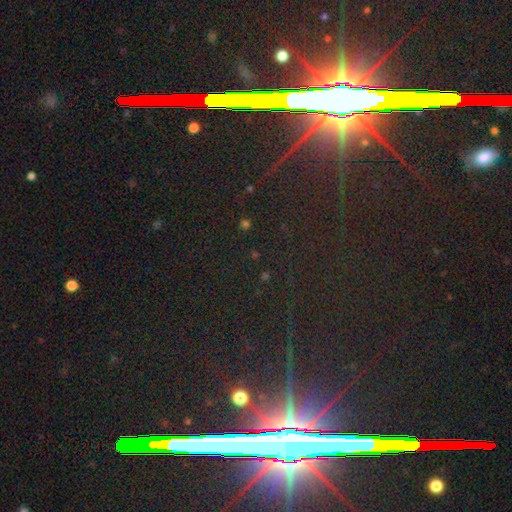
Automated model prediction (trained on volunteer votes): This appears to be a star or artifact, not a galaxy (86%).